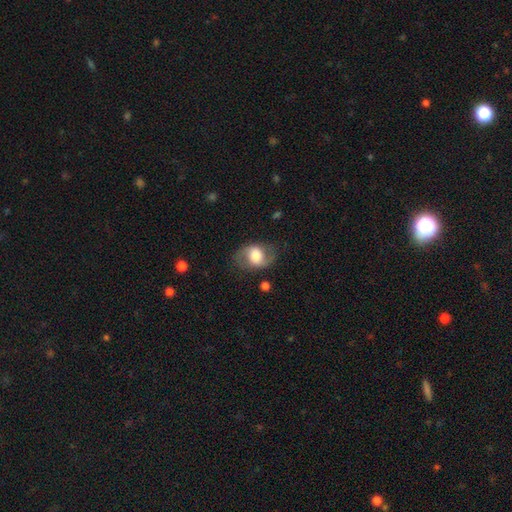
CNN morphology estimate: This appears to be a smooth galaxy with no disk features (47%). Merging: none (69%).